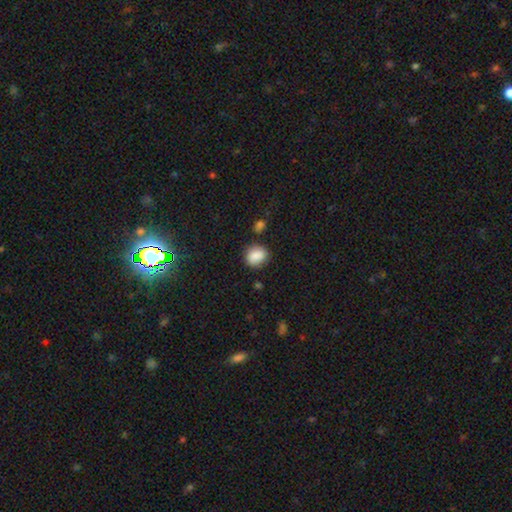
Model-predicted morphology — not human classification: Smooth or featured? Predicted: smooth (p=0.85). How rounded? Predicted: round (p=0.72). Merging? Predicted: none (p=0.74).